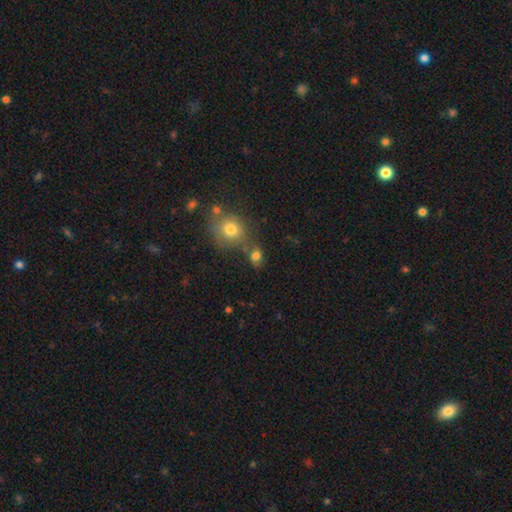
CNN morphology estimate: A smooth galaxy with no disk features (75%) that is round (50%). Merging: none (52%).